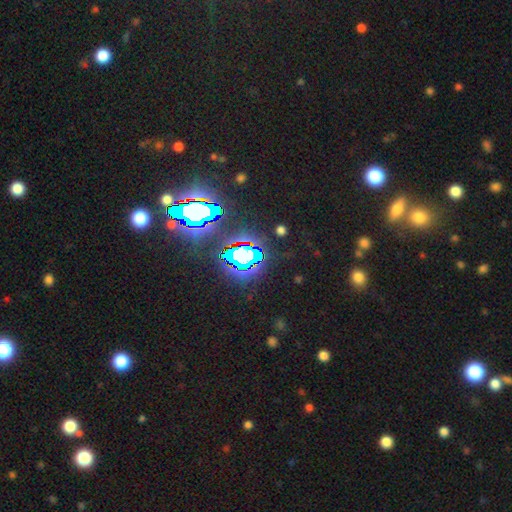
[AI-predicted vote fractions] Smooth or featured: star or artifact — 82% (smooth — 11%)